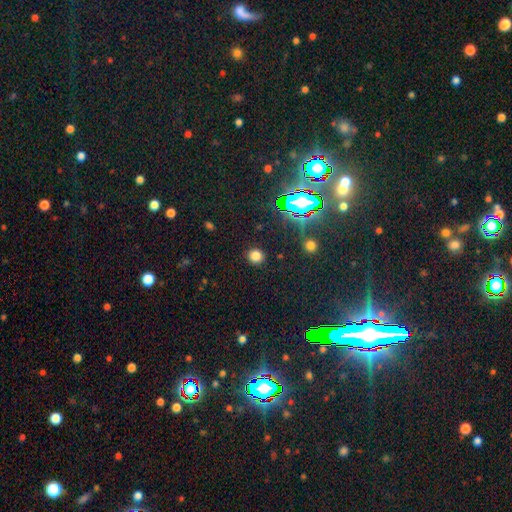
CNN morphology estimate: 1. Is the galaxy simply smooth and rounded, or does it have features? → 76% smooth, 19% star or artifact, 5% featured or disk.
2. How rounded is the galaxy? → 87% round, 12% in between, 1% cigar-shaped.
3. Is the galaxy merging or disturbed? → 90% none, 6% minor disturbance, 3% major disturbance, 1% merger.